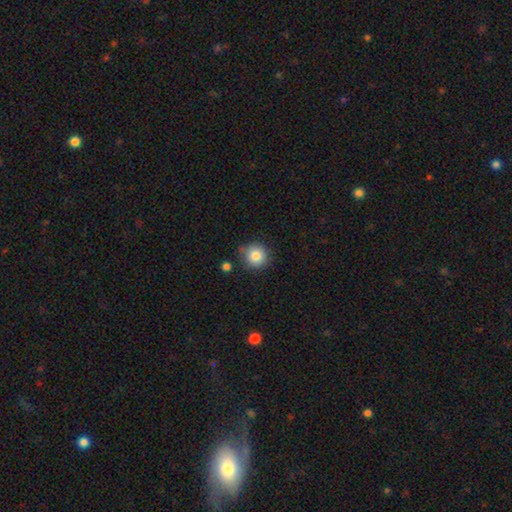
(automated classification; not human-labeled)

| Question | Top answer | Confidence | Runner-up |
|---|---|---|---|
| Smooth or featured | smooth | 84% | star or artifact (10%) |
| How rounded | round | 93% | in between (6%) |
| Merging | none | 80% | minor disturbance (12%) |